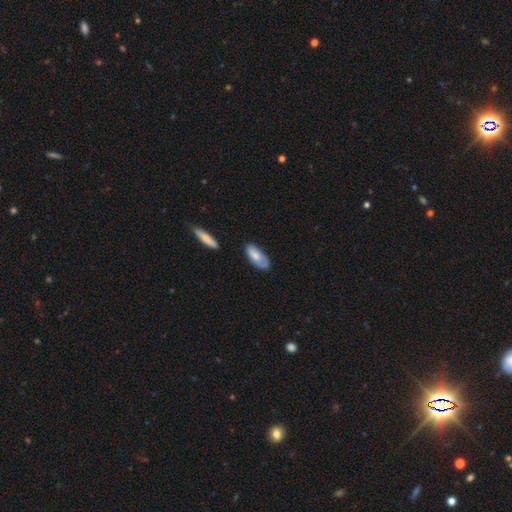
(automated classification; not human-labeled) smooth 70%, featured or disk 24%, star or artifact 6%. Down the decision tree: how rounded — in between (85%); merging — none (59%).